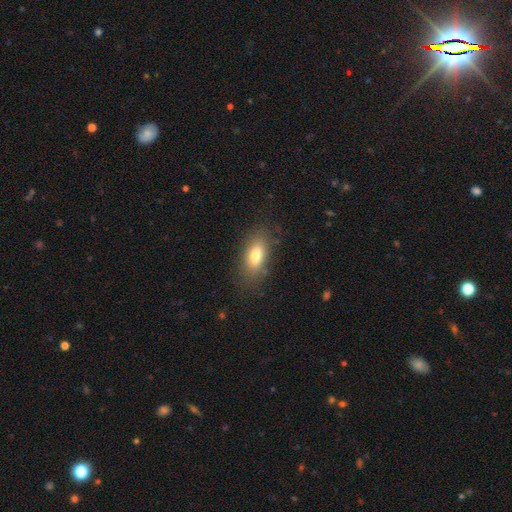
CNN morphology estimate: This appears to be a smooth galaxy with no disk features (77%) that is in between round and cigar-shaped (84%). Merging: none (81%).